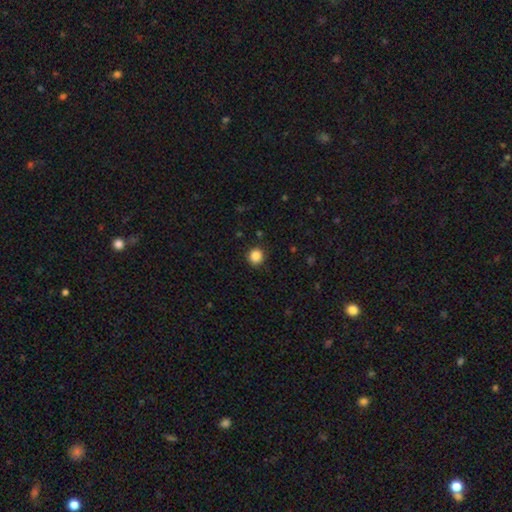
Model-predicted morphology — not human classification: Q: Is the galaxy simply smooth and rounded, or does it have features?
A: smooth — 86%.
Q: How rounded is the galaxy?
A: round — 91%.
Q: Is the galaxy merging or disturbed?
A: none — 91%.